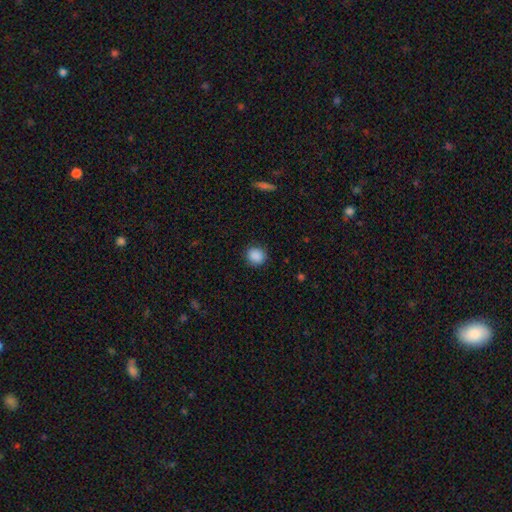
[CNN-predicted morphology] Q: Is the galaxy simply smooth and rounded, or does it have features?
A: smooth — 88%.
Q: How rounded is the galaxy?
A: round — 81%.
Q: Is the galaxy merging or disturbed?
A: none — 88%.